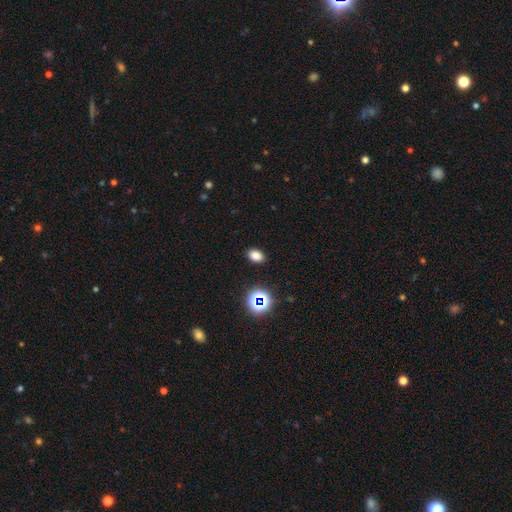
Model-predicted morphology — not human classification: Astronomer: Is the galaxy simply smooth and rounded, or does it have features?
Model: smooth — 78%.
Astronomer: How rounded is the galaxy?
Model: in between — 78%.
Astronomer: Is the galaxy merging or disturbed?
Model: none — 89%.